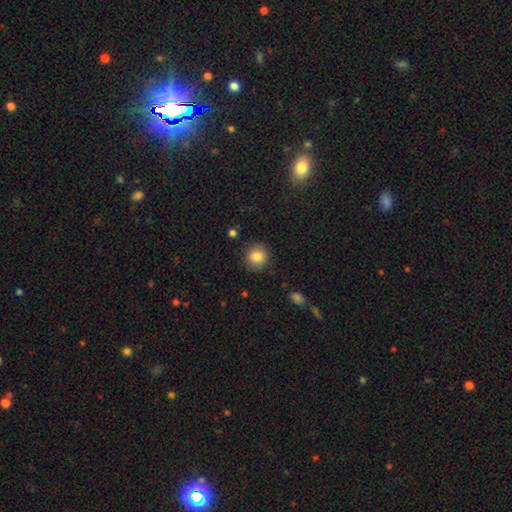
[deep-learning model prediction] A smooth galaxy with no disk features (85%) that is round (90%).

Vote fractions:
- Smooth or featured? smooth: 85% / star or artifact: 9% / featured or disk: 6%
- How rounded? round: 90% / in between: 10% / cigar-shaped: 1%
- Merging? none: 88% / minor disturbance: 8% / major disturbance: 2% / merger: 1%